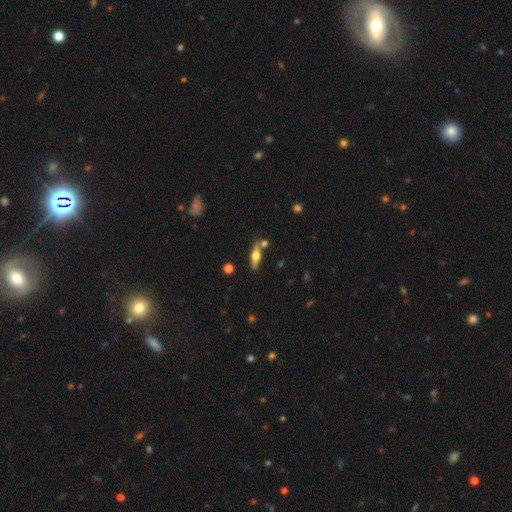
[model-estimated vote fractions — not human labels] Smooth or featured?
  - featured or disk: 60% *
  - smooth: 34%
  - star or artifact: 7%
Edge-on disk?
  - yes: 92% *
  - no: 8%
Edge-on bulge?
  - rounded: 95% *
  - boxy: 3%
  - none: 2%
Merging?
  - none: 73% *
  - merger: 12%
  - minor disturbance: 11%
  - major disturbance: 3%